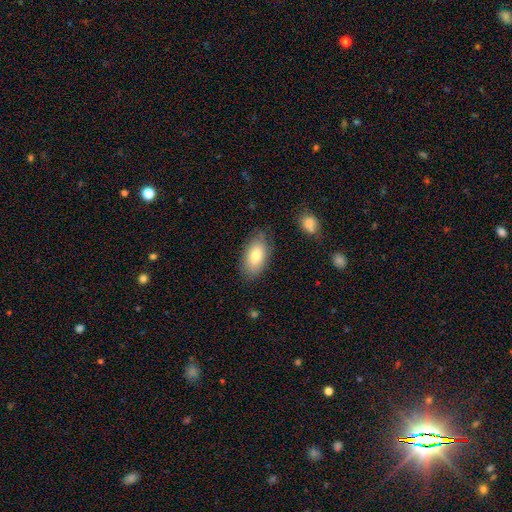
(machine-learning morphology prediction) A smooth galaxy with no disk features (77%) that is in between round and cigar-shaped (92%).

Vote fractions:
- Smooth or featured? smooth: 77% / featured or disk: 16% / star or artifact: 7%
- How rounded? in between: 92% / round: 4% / cigar-shaped: 3%
- Merging? none: 78% / minor disturbance: 16% / major disturbance: 4% / merger: 2%